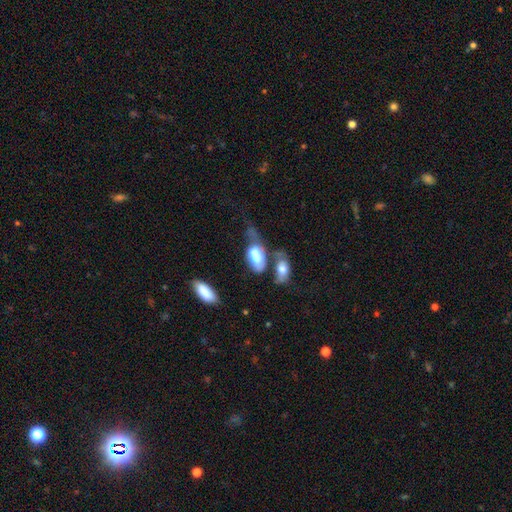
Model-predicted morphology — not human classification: smooth-or-featured: smooth: 67% | featured or disk: 25% | star or artifact: 8%
  how-rounded: in between: 90% | cigar-shaped: 5% | round: 4%
  merging: merger: 34% | major disturbance: 29% | none: 18% | minor disturbance: 18%